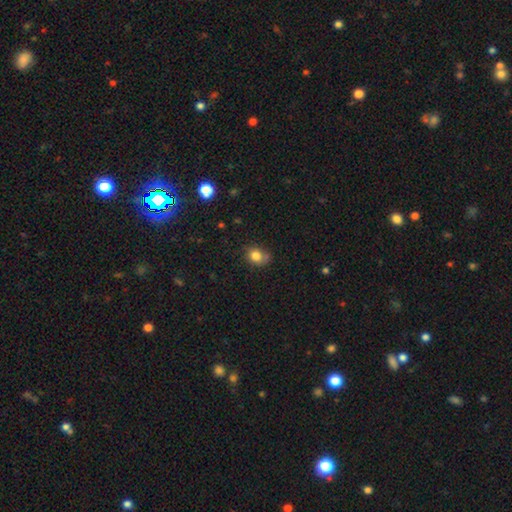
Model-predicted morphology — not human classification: Smooth or featured?
  - smooth: 82% *
  - star or artifact: 11%
  - featured or disk: 8%
How rounded?
  - round: 61% *
  - in between: 38%
  - cigar-shaped: 1%
Merging?
  - none: 61% *
  - minor disturbance: 26%
  - major disturbance: 7%
  - merger: 6%